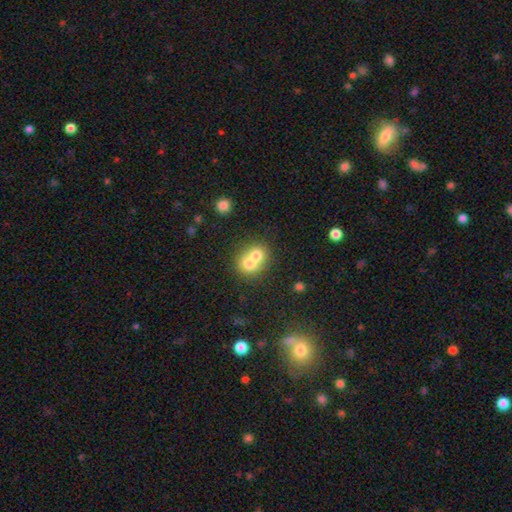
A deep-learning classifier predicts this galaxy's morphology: A smooth galaxy with no disk features (70%) that is round (69%). Merging: merger (71%).